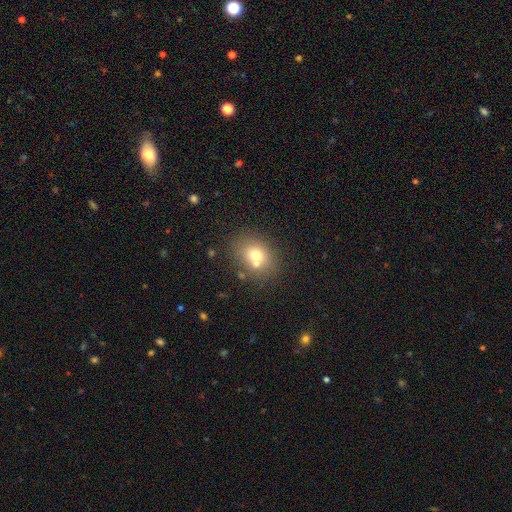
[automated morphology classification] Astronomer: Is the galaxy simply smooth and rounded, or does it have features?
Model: smooth — 68%.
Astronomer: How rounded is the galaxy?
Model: round — 54% (runner-up: in between, 45%).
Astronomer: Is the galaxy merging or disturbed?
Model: none — 58%.